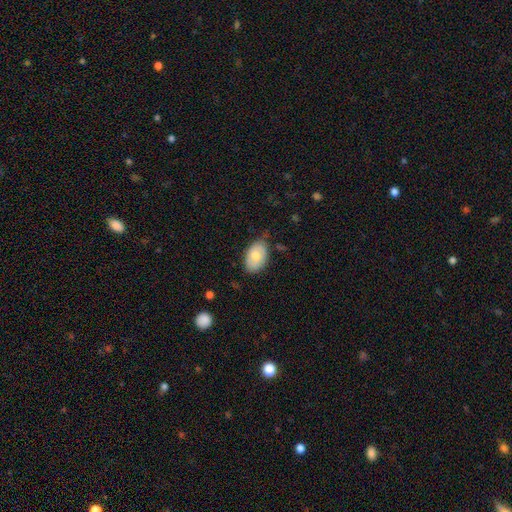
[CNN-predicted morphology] type=smooth (73%); roundness=in between (90%); merging=none (70%).